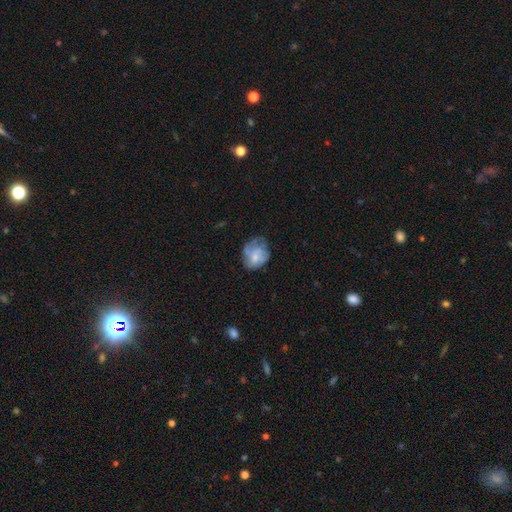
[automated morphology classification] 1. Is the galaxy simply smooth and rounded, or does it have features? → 53% smooth, 38% featured or disk, 9% star or artifact.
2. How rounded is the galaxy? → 52% round, 47% in between, 1% cigar-shaped.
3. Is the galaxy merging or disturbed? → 48% none, 30% minor disturbance, 20% major disturbance, 2% merger.